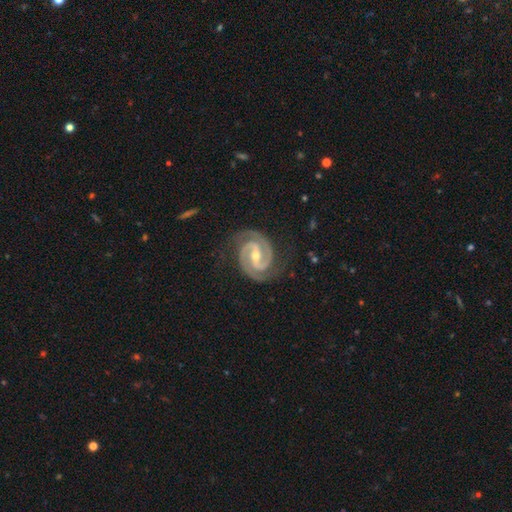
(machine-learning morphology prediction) featured or disk 94%, star or artifact 4%, smooth 2%. Down the decision tree: edge-on disk — no (98%); bar — strong (45%); spiral arms — yes (99%); spiral arm count — 2 (94%); spiral winding — tight (56%); bulge size — moderate (50%); merging — none (83%).